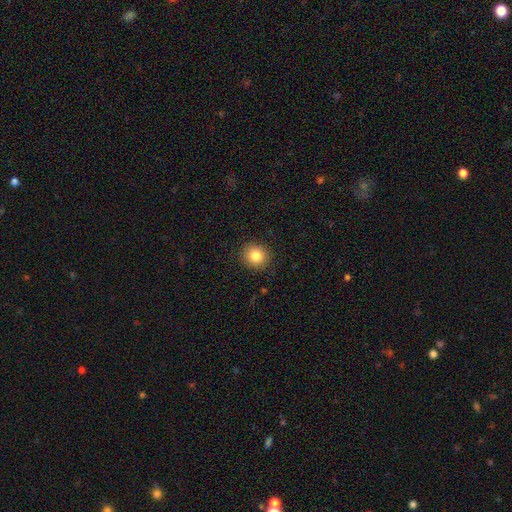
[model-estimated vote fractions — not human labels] Overall: smooth (84%). How rounded: round (84%). Merging: none (90%).